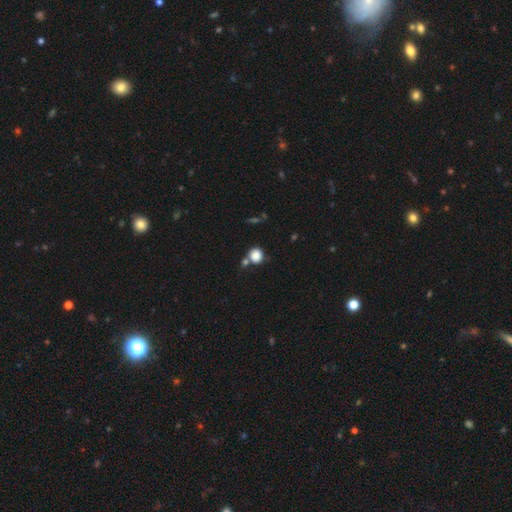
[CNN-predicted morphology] Q: Smooth or featured?
A: smooth (84%); runner-up: star or artifact (11%)
Q: How rounded?
A: round (82%); runner-up: in between (17%)
Q: Merging?
A: none (60%); runner-up: merger (22%)